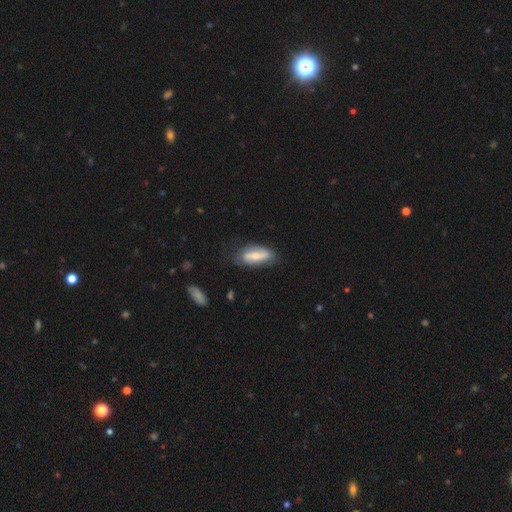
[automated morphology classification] Smooth or featured?
  - featured or disk: 52% *
  - smooth: 42%
  - star or artifact: 6%
Edge-on disk?
  - no: 84% *
  - yes: 16%
Merging?
  - none: 71% *
  - minor disturbance: 21%
  - major disturbance: 6%
  - merger: 2%